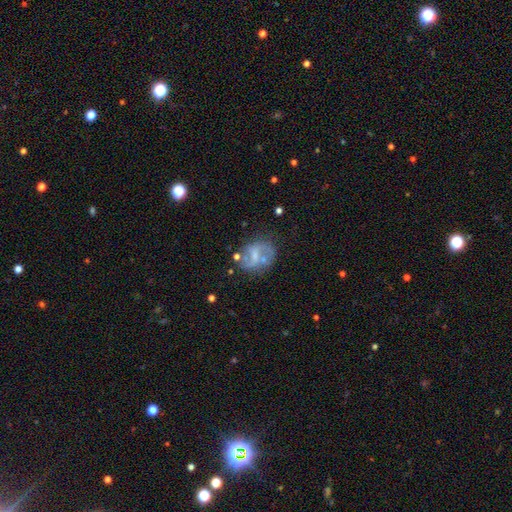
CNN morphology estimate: Smooth or featured? featured or disk (68%)
Edge-on disk? no (97%)
Bar? weak (47%)
Spiral arms? yes (74%)
Bulge size? small (48%)
Merging? none (57%)